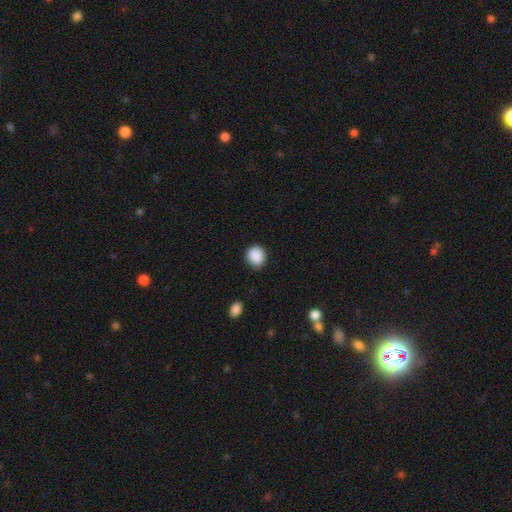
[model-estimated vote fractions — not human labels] The model was most divided on "how rounded": round: 76%, in between: 23%, cigar-shaped: 1%. More confident: smooth or featured — smooth (89%); merging — none (86%).